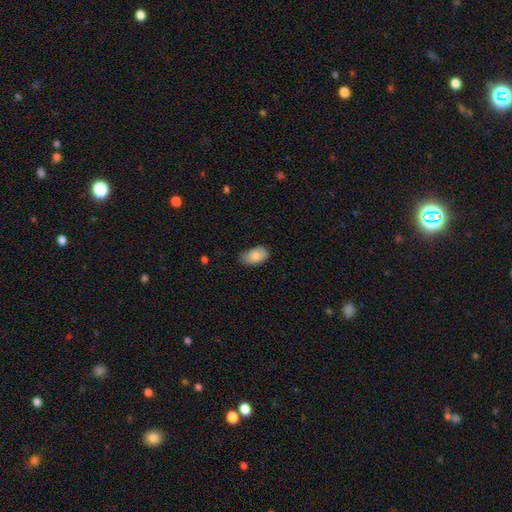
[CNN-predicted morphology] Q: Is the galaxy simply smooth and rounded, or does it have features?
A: smooth — 86%.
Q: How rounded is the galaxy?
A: in between — 93%.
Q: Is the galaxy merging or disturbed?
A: none — 70%.